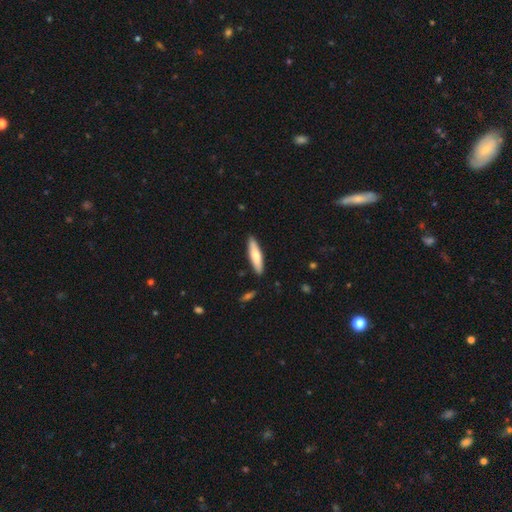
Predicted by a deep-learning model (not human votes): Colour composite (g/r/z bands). It shows a smooth galaxy with no disk features (68%) that is cigar-shaped (75%). Merging: none (88%).